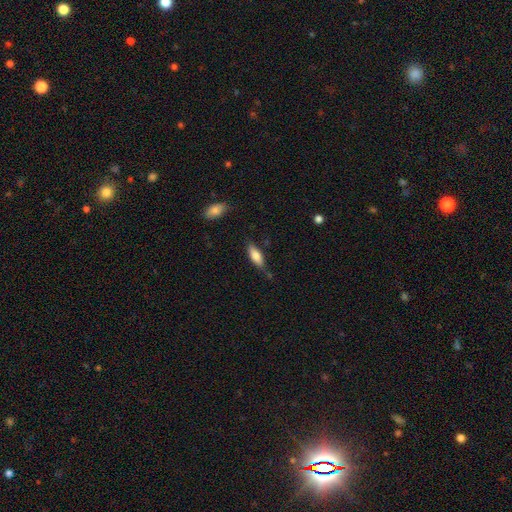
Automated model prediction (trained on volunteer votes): Smooth or featured? Predicted: smooth (p=0.78). How rounded? Predicted: in between (p=0.67). Merging? Predicted: none (p=0.69).